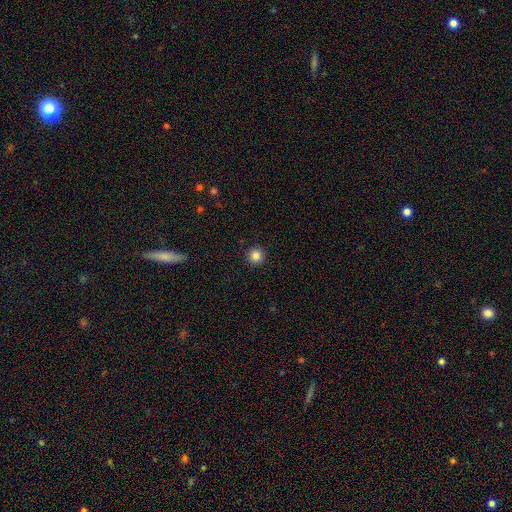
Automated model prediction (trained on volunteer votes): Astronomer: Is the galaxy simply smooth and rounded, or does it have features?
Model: smooth — 85%.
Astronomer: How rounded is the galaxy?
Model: round — 96%.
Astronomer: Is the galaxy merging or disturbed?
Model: none — 93%.